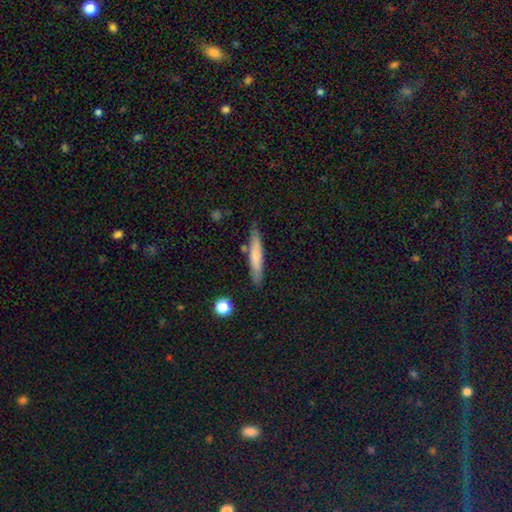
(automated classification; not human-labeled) A smooth galaxy with no disk features (69%) that is cigar-shaped (91%).

Vote fractions:
- Smooth or featured? smooth: 69% / featured or disk: 25% / star or artifact: 6%
- How rounded? cigar-shaped: 91% / in between: 8% / round: 1%
- Merging? none: 82% / minor disturbance: 12% / merger: 3% / major disturbance: 2%